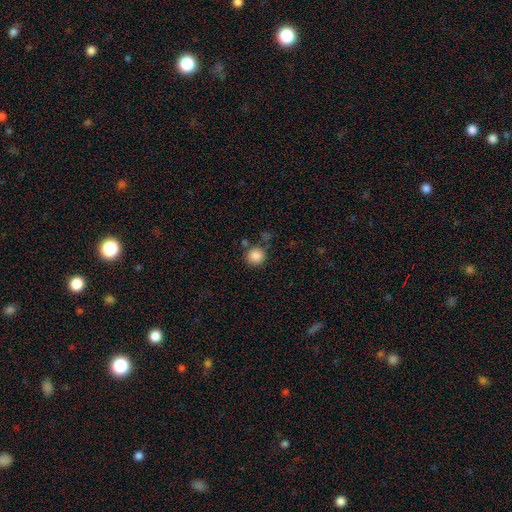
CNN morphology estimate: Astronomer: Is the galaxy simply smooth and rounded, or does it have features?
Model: smooth — 86%.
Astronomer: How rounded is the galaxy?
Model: round — 93%.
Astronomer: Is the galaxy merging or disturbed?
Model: none — 76%.